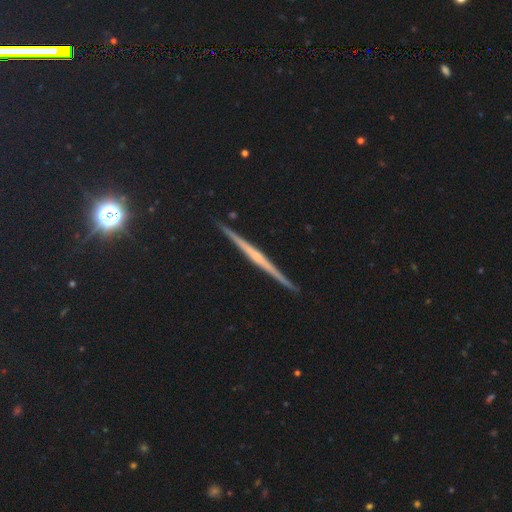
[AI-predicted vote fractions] Smooth or featured: featured or disk — 77% (smooth — 15%)
Edge-on disk: yes — 98% (no — 2%)
Edge-on bulge: none — 51% (rounded — 37%)
Merging: none — 92% (minor disturbance — 5%)